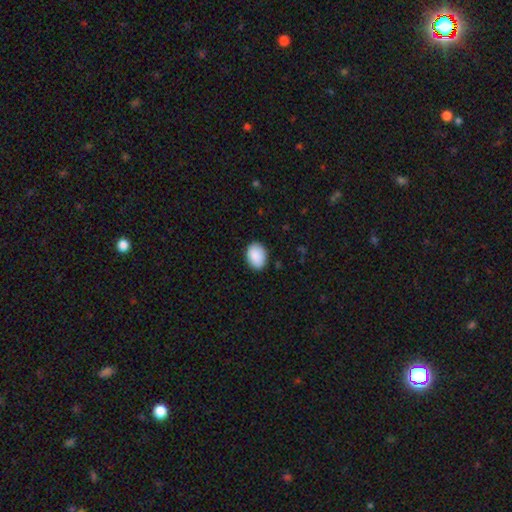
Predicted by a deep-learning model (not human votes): Smooth or featured: smooth — 90% (star or artifact — 7%)
How rounded: in between — 81% (round — 18%)
Merging: none — 85% (minor disturbance — 12%)